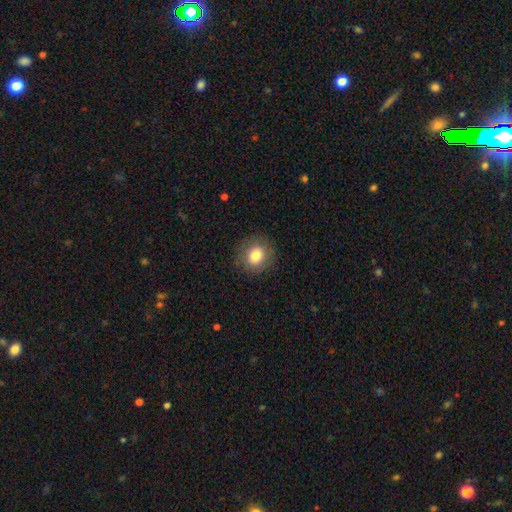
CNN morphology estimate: A smooth galaxy with no disk features (80%) that is round (82%).

Vote fractions:
- Smooth or featured? smooth: 80% / featured or disk: 10% / star or artifact: 10%
- How rounded? round: 82% / in between: 17% / cigar-shaped: 1%
- Merging? none: 87% / minor disturbance: 9% / major disturbance: 3% / merger: 1%